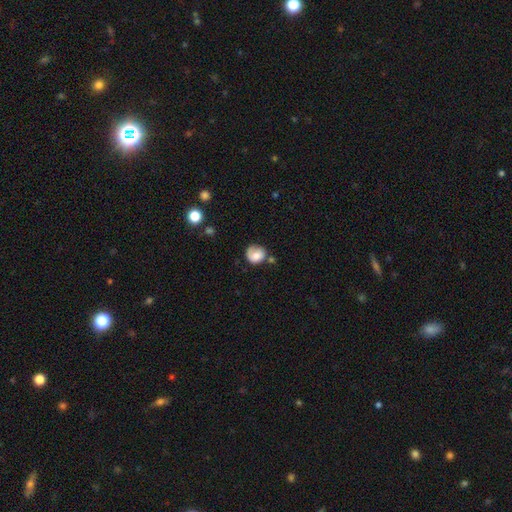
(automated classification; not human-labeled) This is likely a smooth galaxy (64%). How rounded: likely round (76%). Merging: possibly none (51%).